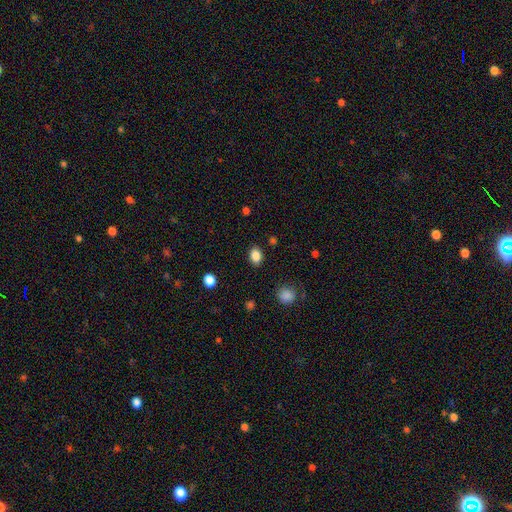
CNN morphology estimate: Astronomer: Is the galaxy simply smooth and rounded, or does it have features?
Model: smooth — 86%.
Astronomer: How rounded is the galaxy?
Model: in between — 65%.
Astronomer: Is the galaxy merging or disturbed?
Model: none — 87%.